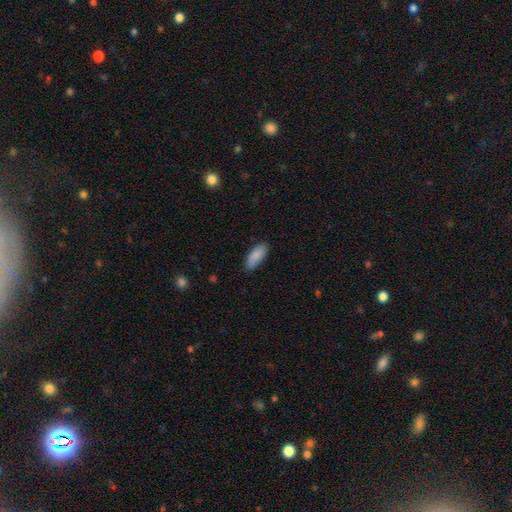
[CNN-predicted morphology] The model was most divided on "merging": none: 79%, minor disturbance: 17%, major disturbance: 3%, merger: 1%. More confident: smooth or featured — smooth (87%); how rounded — in between (82%).